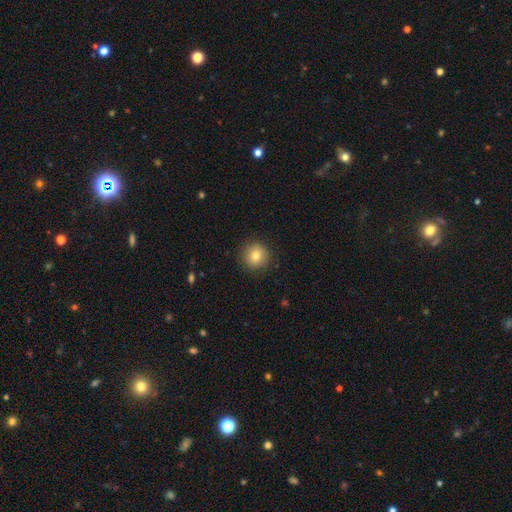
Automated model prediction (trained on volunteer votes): A smooth galaxy with no disk features (81%) that is round (93%).

Vote fractions:
- Smooth or featured? smooth: 81% / star or artifact: 10% / featured or disk: 9%
- How rounded? round: 93% / in between: 6% / cigar-shaped: 1%
- Merging? none: 90% / minor disturbance: 7% / major disturbance: 2% / merger: 1%